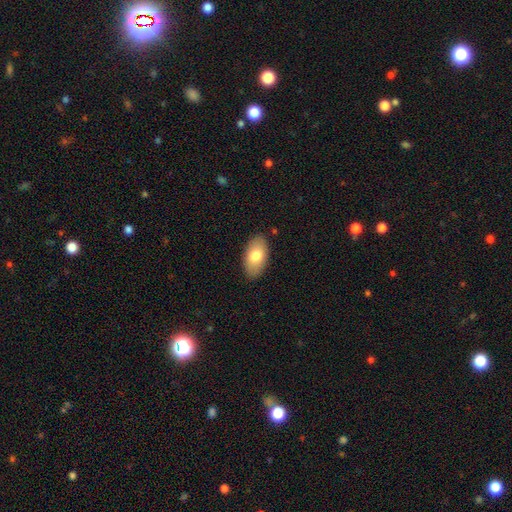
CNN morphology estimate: Overall: smooth (77%). How rounded: in between (94%). Merging: none (87%).